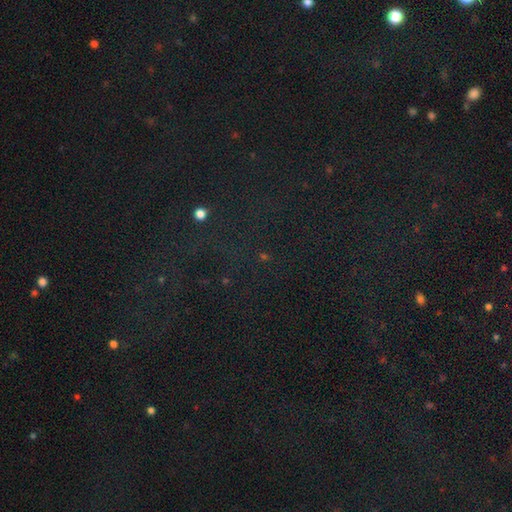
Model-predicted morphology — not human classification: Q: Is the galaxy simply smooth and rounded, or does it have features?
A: star or artifact — 82%.